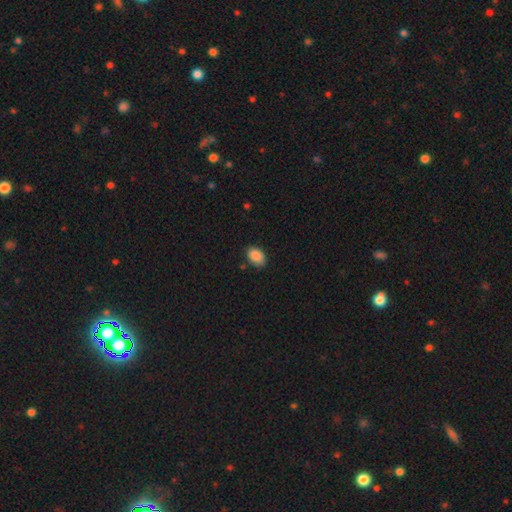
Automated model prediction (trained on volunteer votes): Q: Smooth or featured?
A: smooth (88%); runner-up: star or artifact (7%)
Q: How rounded?
A: in between (85%); runner-up: round (14%)
Q: Merging?
A: none (82%); runner-up: minor disturbance (14%)